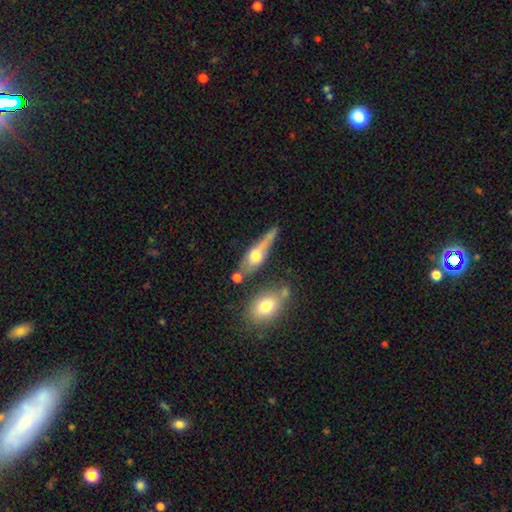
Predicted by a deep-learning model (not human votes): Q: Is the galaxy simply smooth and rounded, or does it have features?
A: featured or disk — 53%.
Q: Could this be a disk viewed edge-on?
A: yes — 80%.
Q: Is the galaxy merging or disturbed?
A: none — 51%.